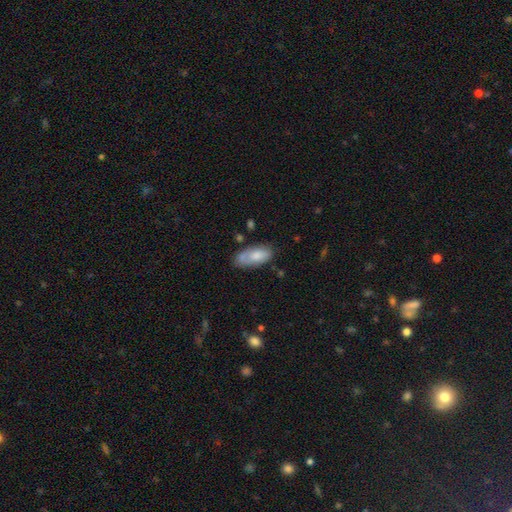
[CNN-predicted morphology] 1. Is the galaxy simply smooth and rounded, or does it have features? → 75% smooth, 19% featured or disk, 6% star or artifact.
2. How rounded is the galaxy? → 87% in between, 11% cigar-shaped, 2% round.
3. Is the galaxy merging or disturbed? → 58% none, 26% minor disturbance, 10% merger, 7% major disturbance.